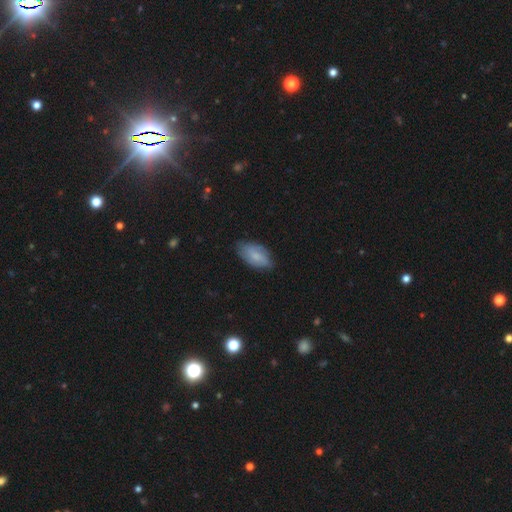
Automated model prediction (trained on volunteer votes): Q: Smooth or featured?
A: smooth (64%); runner-up: featured or disk (29%)
Q: How rounded?
A: in between (93%); runner-up: cigar-shaped (4%)
Q: Merging?
A: none (69%); runner-up: minor disturbance (25%)